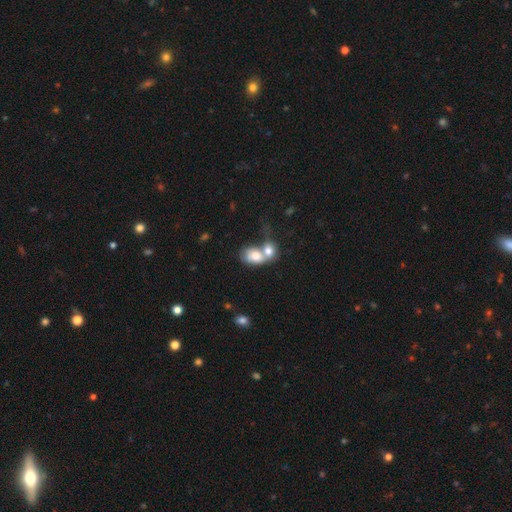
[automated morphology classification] smooth_or_featured: smooth (p=0.73) [alt: featured or disk p=0.19]
how_rounded: in between (p=0.68) [alt: round p=0.30]
merging: merger (p=0.75) [alt: none p=0.14]